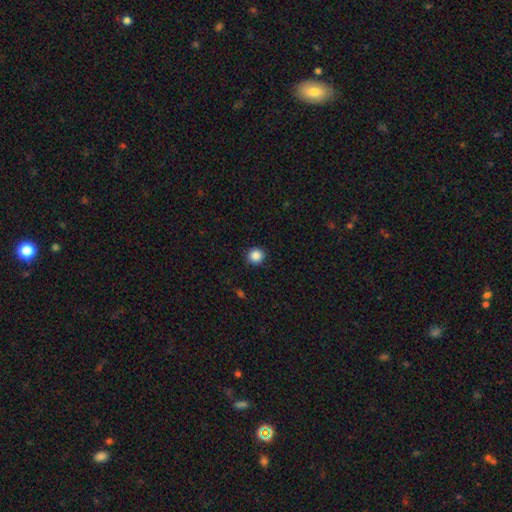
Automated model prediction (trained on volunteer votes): This appears to be a smooth galaxy with no disk features (87%) that is round (94%). Merging: none (91%).